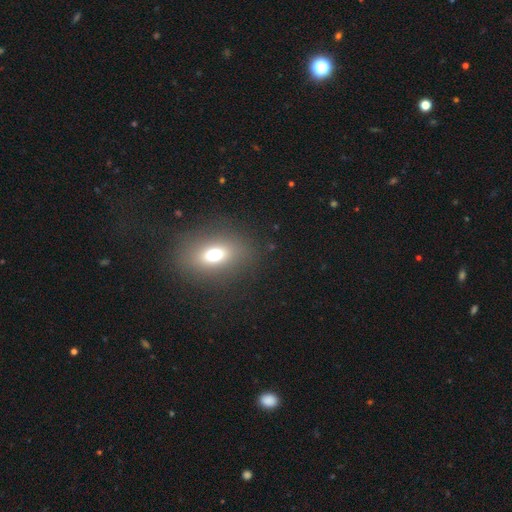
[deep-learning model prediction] This is likely a smooth galaxy (61%). How rounded: likely in between (74%). Merging: clearly none (87%).